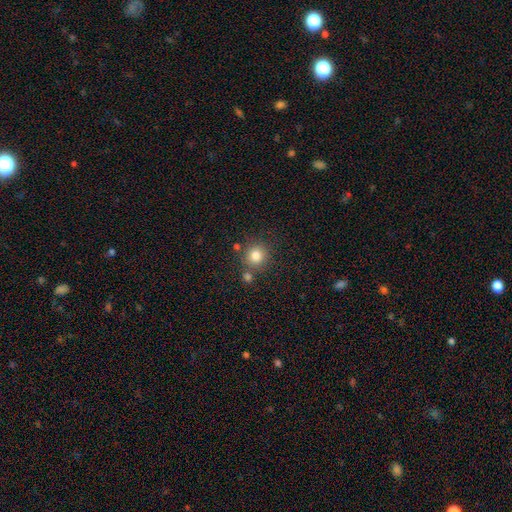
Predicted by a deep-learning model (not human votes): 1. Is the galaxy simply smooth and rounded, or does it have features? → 82% smooth, 12% star or artifact, 7% featured or disk.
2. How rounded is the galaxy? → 90% round, 9% in between, 1% cigar-shaped.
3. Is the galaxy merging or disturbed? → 75% none, 13% merger, 9% minor disturbance, 3% major disturbance.